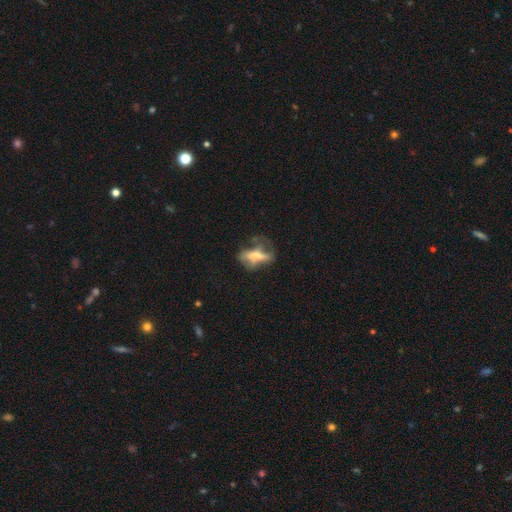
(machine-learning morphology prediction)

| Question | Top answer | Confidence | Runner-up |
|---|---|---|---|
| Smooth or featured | featured or disk | 48% | smooth (40%) |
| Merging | major disturbance | 39% | none (34%) |